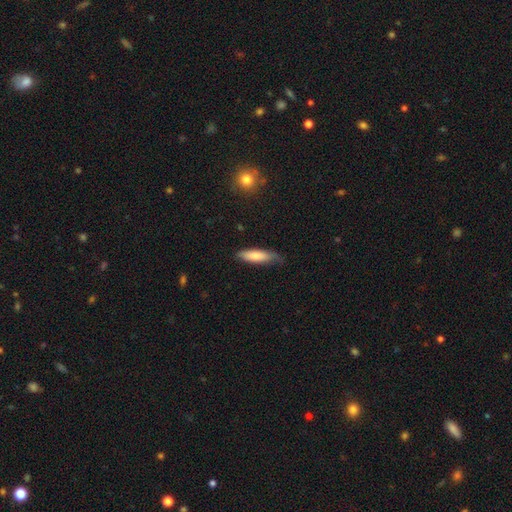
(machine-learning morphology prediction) Smooth or featured? smooth (76%)
How rounded? cigar-shaped (61%)
Merging? none (62%)